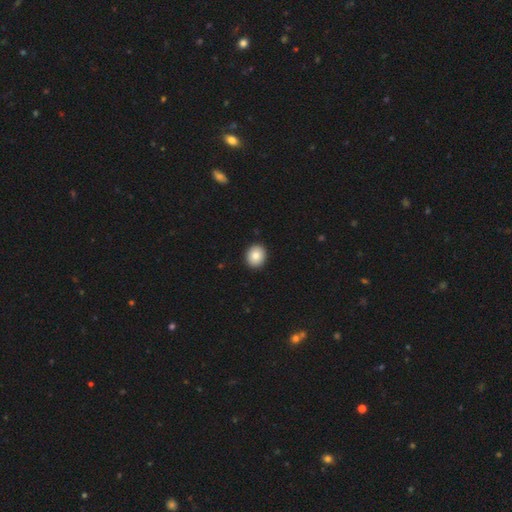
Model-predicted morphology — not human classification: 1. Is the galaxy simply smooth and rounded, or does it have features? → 85% smooth, 8% star or artifact, 6% featured or disk.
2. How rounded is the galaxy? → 69% round, 30% in between, 1% cigar-shaped.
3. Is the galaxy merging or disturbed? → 92% none, 6% minor disturbance, 1% major disturbance, 1% merger.